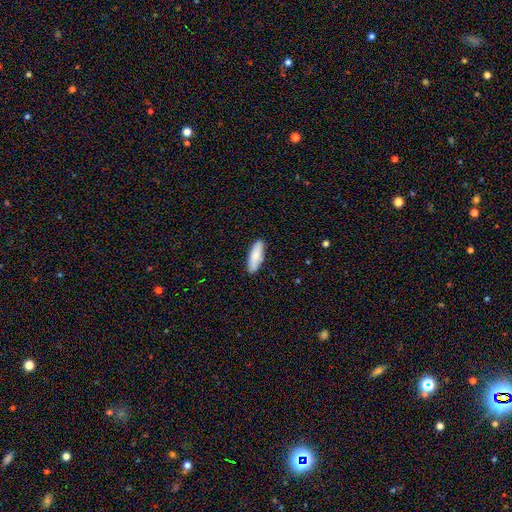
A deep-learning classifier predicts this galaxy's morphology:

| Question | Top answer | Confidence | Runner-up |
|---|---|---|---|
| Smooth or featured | smooth | 81% | featured or disk (13%) |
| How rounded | in between | 54% | cigar-shaped (44%) |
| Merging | none | 86% | minor disturbance (11%) |